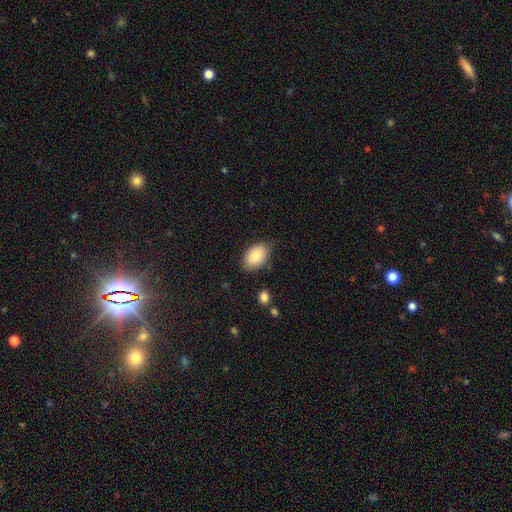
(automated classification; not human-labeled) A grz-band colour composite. It shows a smooth galaxy with no disk features (86%) that is in between round and cigar-shaped (92%). Merging: none (78%).